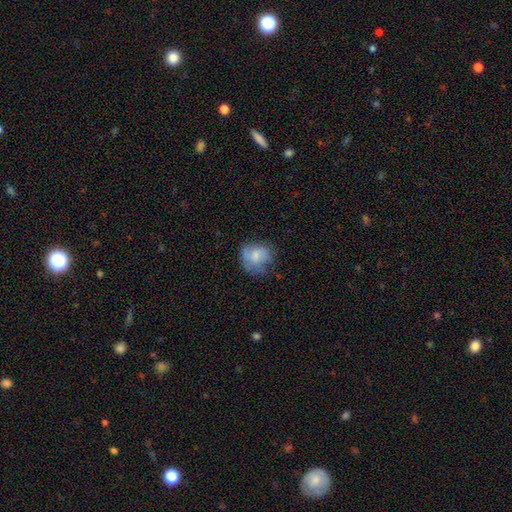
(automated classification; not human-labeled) Overall: smooth (63%; featured or disk 28%). How rounded: round (67%; in between 32%). Merging: none (49%; minor disturbance 30%).